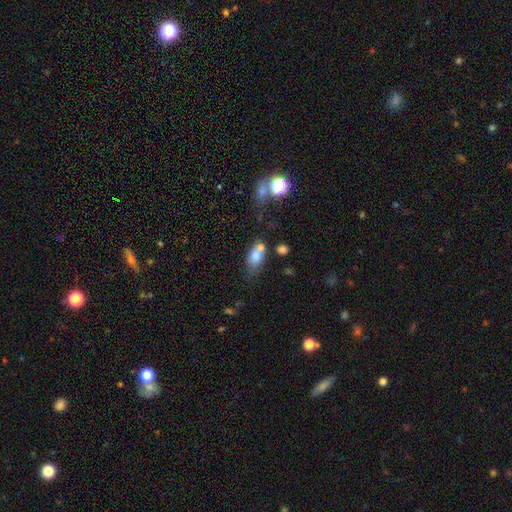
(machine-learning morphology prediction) Smooth or featured? smooth (75%)
How rounded? in between (81%)
Merging? none (38%)